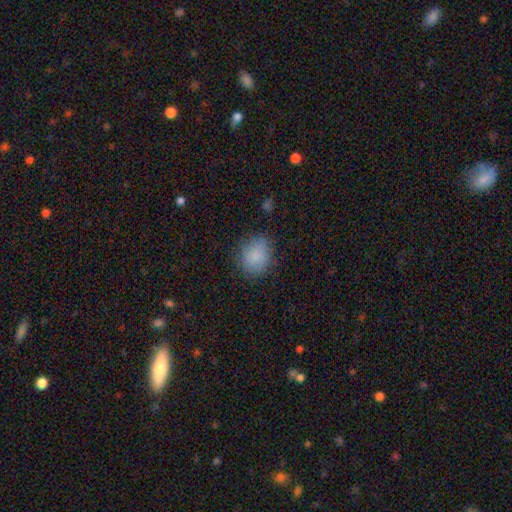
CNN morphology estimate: smooth 86%, star or artifact 8%, featured or disk 5%. Down the decision tree: how rounded — round (58%); merging — none (79%).